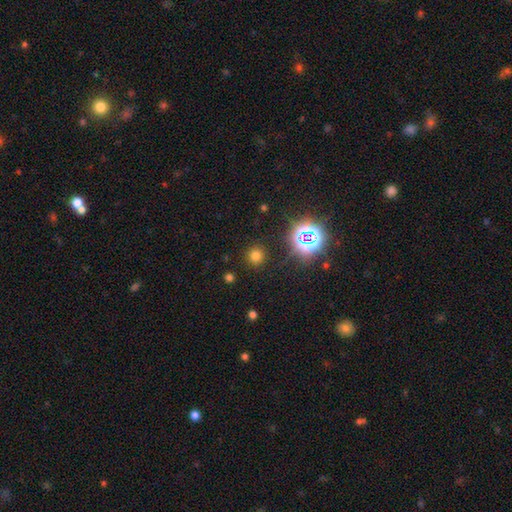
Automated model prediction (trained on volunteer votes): smooth 70%, star or artifact 24%, featured or disk 6%. Down the decision tree: how rounded — round (91%); merging — none (88%).